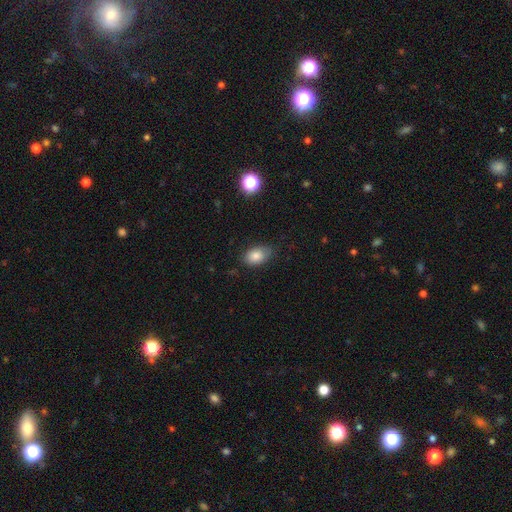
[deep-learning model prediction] Overall: smooth (84%). How rounded: in between (86%). Merging: none (75%).